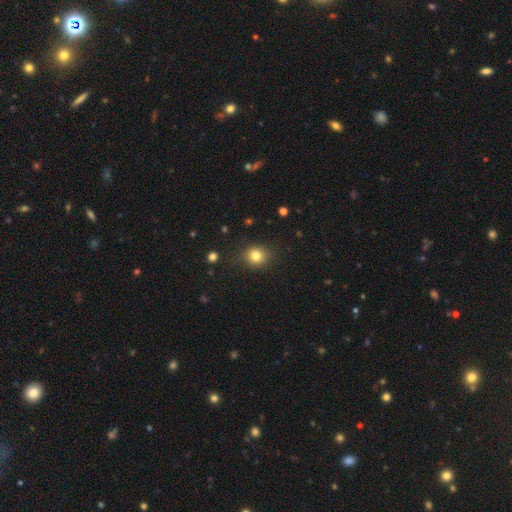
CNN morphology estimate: Q: Smooth or featured?
A: smooth (81%); runner-up: star or artifact (12%)
Q: How rounded?
A: round (81%); runner-up: in between (18%)
Q: Merging?
A: none (86%); runner-up: minor disturbance (10%)